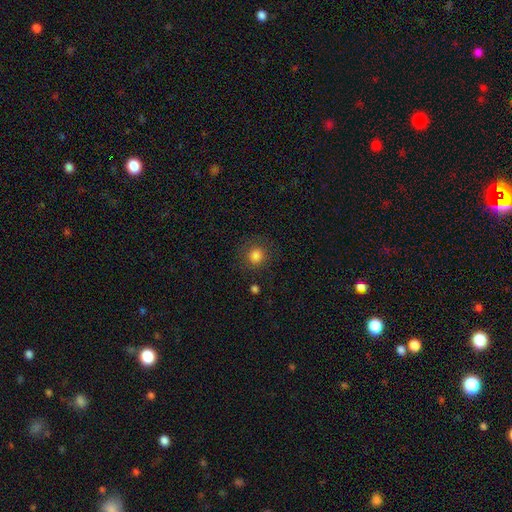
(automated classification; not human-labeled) Smooth or featured: smooth — 83% (star or artifact — 11%)
How rounded: round — 89% (in between — 10%)
Merging: none — 83% (minor disturbance — 11%)